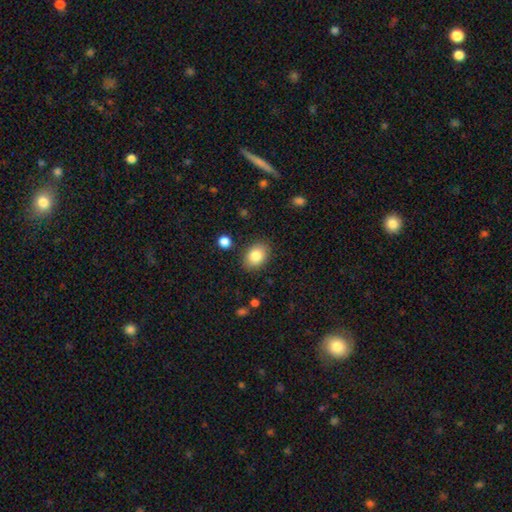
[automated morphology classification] This is clearly a smooth galaxy (84%). How rounded: likely in between (73%). Merging: clearly none (86%).